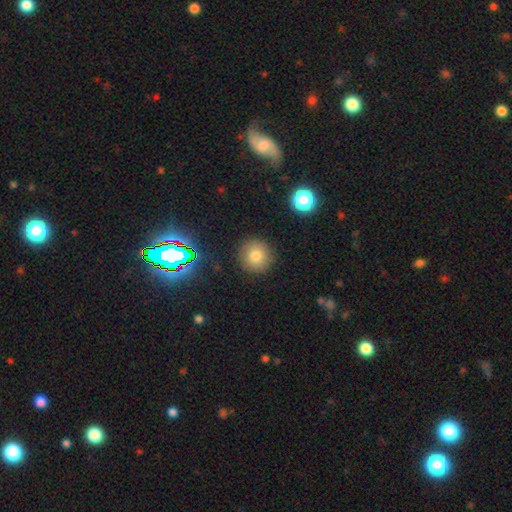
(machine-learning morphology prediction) Smooth or featured?
  - smooth: 76% *
  - star or artifact: 14%
  - featured or disk: 10%
How rounded?
  - round: 95% *
  - in between: 4%
  - cigar-shaped: 1%
Merging?
  - none: 90% *
  - minor disturbance: 7%
  - major disturbance: 2%
  - merger: 1%